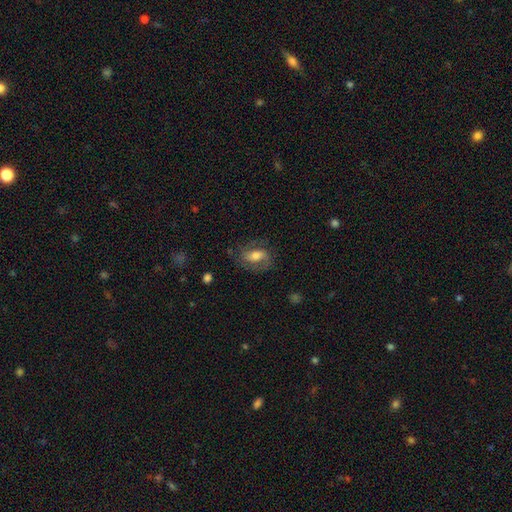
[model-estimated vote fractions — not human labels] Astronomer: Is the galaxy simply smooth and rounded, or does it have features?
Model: featured or disk — 62%.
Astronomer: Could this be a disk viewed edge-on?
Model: no — 95%.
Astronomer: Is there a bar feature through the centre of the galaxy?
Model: weak — 43% (runner-up: no, 34%).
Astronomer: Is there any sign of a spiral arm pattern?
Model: yes — 88%.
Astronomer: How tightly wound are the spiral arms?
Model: medium — 51%.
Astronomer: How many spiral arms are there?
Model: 2 — 80%.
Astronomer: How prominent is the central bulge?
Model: moderate — 50% (runner-up: large, 28%).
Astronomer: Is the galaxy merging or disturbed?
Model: none — 68%.